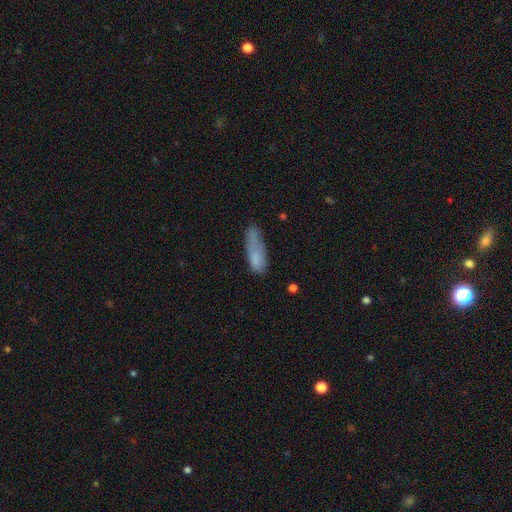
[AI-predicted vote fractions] Smooth or featured? Predicted: smooth (p=0.74). How rounded? Predicted: cigar-shaped (p=0.55). Merging? Predicted: none (p=0.39).